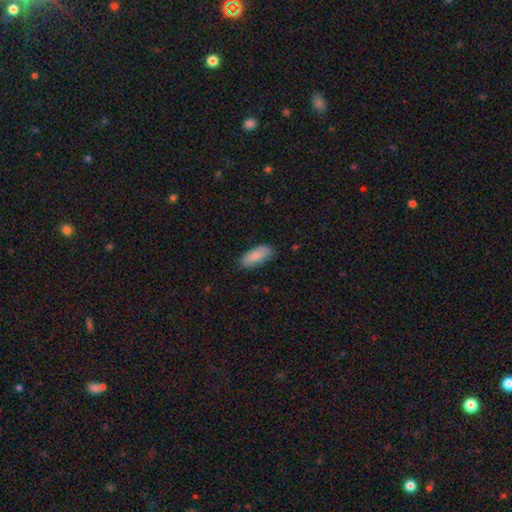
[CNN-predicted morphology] Overall: smooth (86%). How rounded: in between (81%). Merging: none (83%).